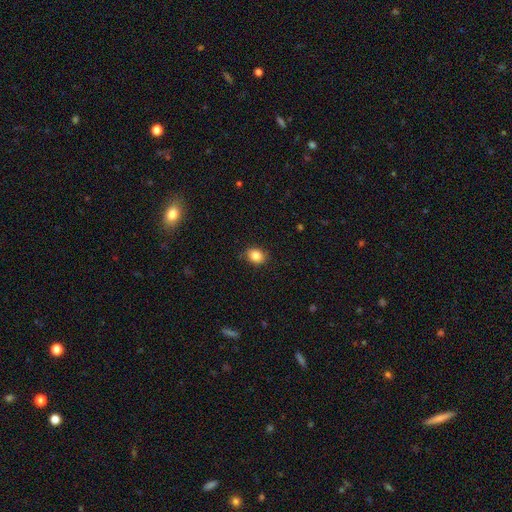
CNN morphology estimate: A smooth galaxy with no disk features (85%) that is round (52%).

Vote fractions:
- Smooth or featured? smooth: 85% / star or artifact: 10% / featured or disk: 5%
- How rounded? round: 52% / in between: 47% / cigar-shaped: 1%
- Merging? none: 88% / minor disturbance: 9% / major disturbance: 2% / merger: 1%